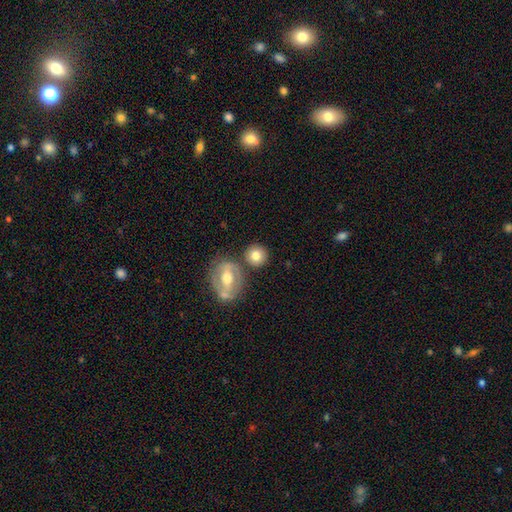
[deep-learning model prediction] Q: Smooth or featured?
A: smooth (74%); runner-up: featured or disk (19%)
Q: How rounded?
A: round (88%); runner-up: in between (11%)
Q: Merging?
A: none (71%); runner-up: merger (15%)